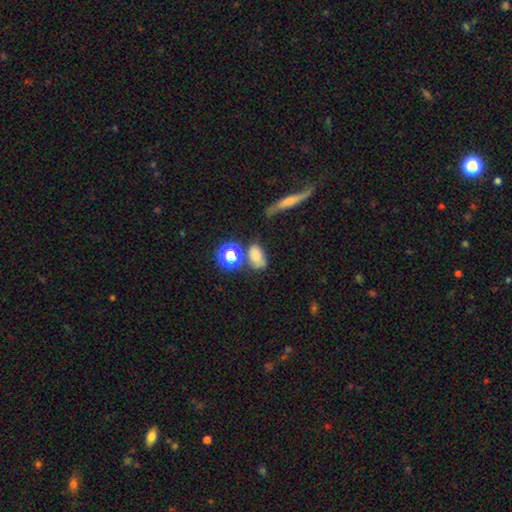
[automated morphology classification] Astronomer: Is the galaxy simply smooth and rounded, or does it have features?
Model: smooth — 73%.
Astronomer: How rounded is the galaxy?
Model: in between — 77%.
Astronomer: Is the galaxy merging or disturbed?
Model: none — 51%.